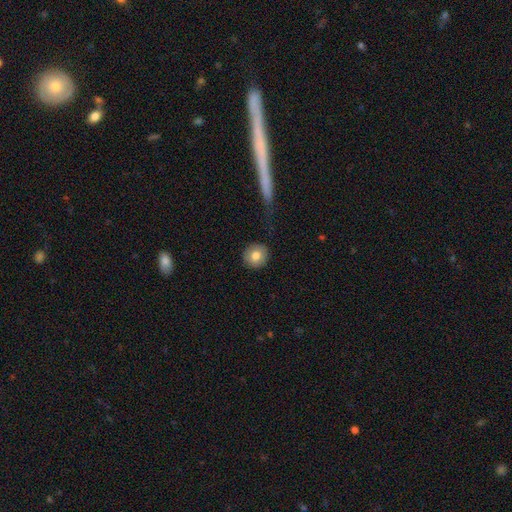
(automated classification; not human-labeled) Overall: smooth (80%). How rounded: round (92%). Merging: none (88%).